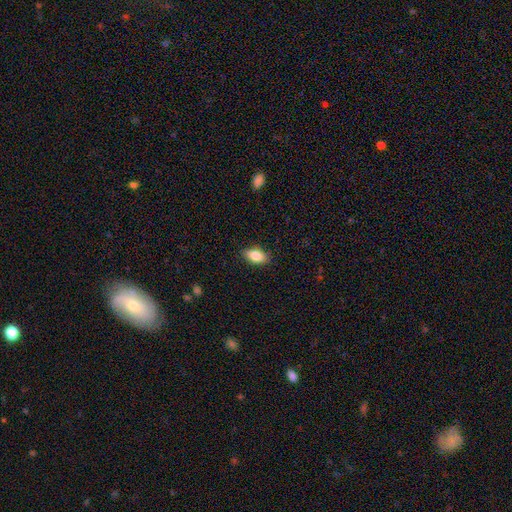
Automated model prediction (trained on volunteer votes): Morphology: type=smooth (86%); roundness=in between (90%); merging=none (86%).